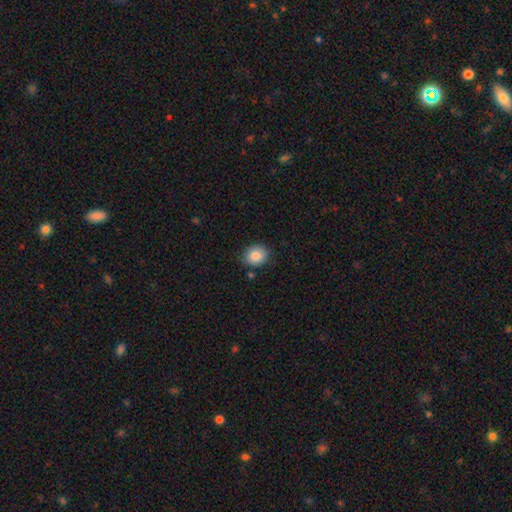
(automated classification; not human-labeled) Overall: smooth (87%). How rounded: round (70%). Merging: none (83%).